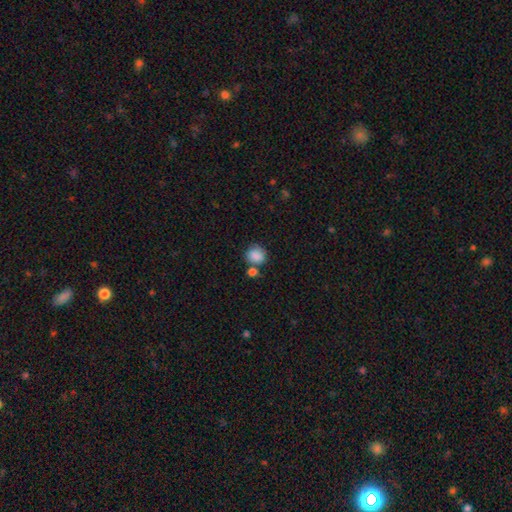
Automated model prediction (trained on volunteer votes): A smooth galaxy with no disk features (86%) that is round (77%). Merging: none (59%).